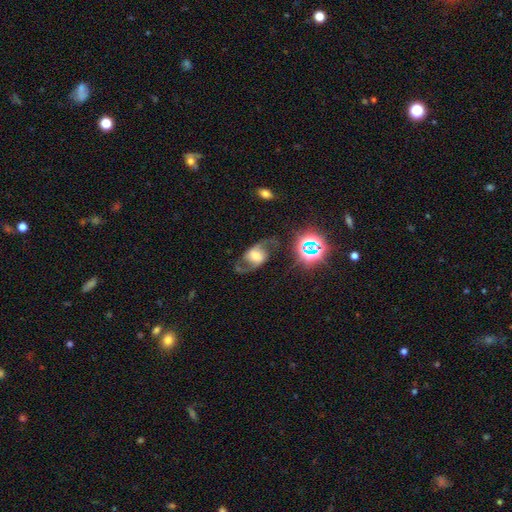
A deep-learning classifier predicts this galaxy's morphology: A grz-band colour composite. It shows a featured or disk galaxy (74%) with a weak bar (42%), 2 (92%) loose (59%) spiral arms (93%) and a large central bulge (35%). Merging: none (66%).